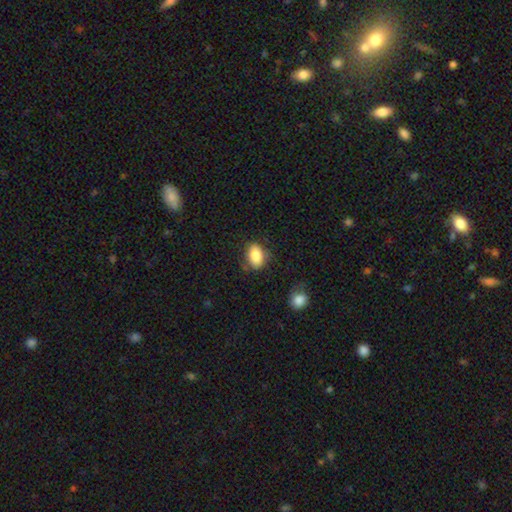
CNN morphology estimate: smooth-or-featured: smooth: 84% | star or artifact: 8% | featured or disk: 8%
  how-rounded: in between: 82% | round: 16% | cigar-shaped: 2%
  merging: none: 72% | minor disturbance: 20% | major disturbance: 5% | merger: 3%